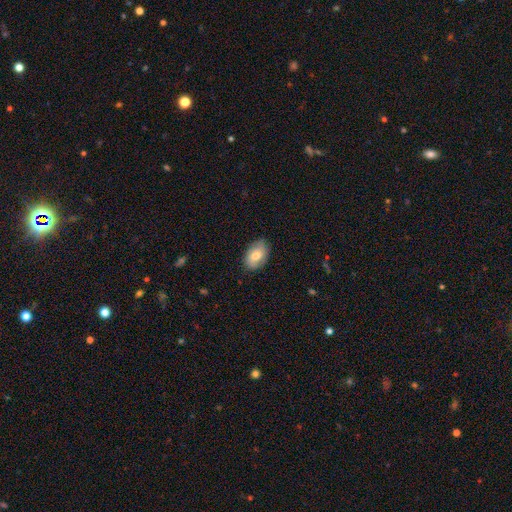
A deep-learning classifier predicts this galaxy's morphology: smooth_or_featured: smooth (p=0.70) [alt: featured or disk p=0.23]
how_rounded: in between (p=0.88) [alt: round p=0.10]
merging: none (p=0.83) [alt: minor disturbance p=0.14]